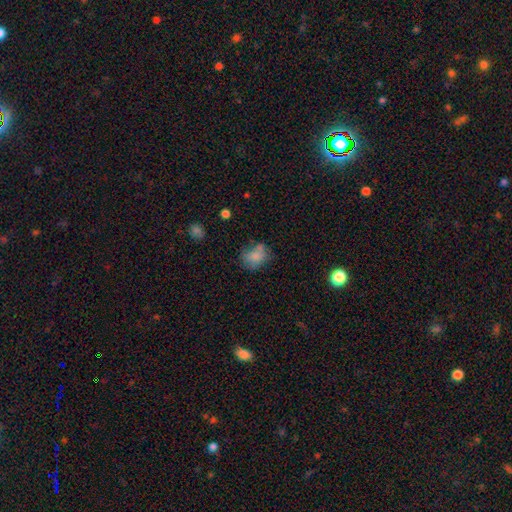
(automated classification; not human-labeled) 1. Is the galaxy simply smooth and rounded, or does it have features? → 74% smooth, 15% featured or disk, 11% star or artifact.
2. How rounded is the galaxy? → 51% in between, 48% round, 1% cigar-shaped.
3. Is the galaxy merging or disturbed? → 49% none, 26% minor disturbance, 13% major disturbance, 12% merger.